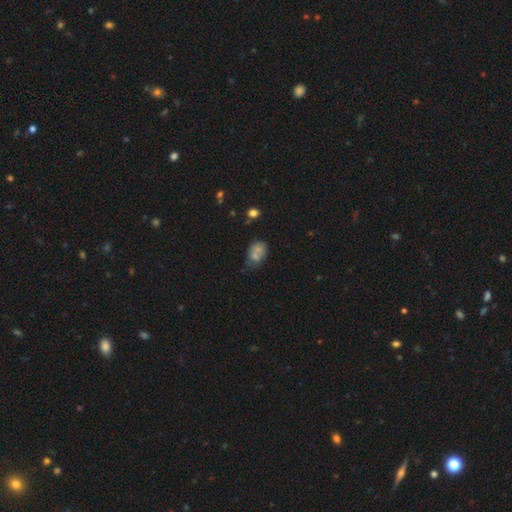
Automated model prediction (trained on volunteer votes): Smooth or featured: smooth — 55% (featured or disk — 23%)
How rounded: in between — 61% (round — 36%)
Merging: none — 41% (minor disturbance — 23%)